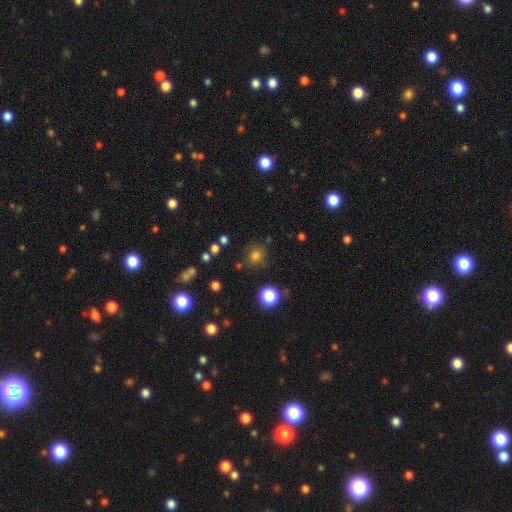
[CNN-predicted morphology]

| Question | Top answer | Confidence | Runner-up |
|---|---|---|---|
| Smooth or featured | smooth | 74% | star or artifact (19%) |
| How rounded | round | 81% | in between (18%) |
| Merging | none | 81% | minor disturbance (11%) |